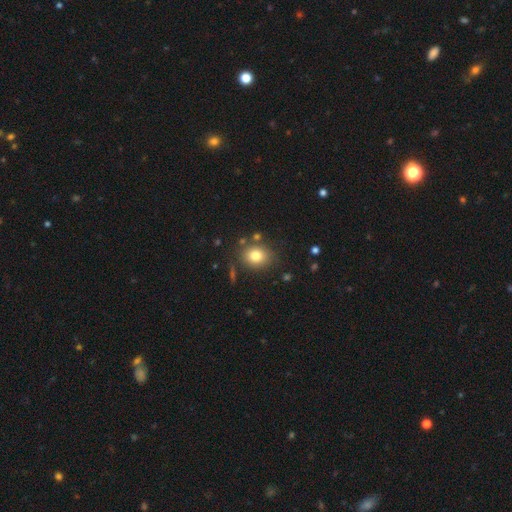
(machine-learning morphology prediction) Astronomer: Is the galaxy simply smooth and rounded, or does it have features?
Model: smooth — 80%.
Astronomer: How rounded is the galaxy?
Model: round — 67%.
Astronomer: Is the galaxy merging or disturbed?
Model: none — 81%.